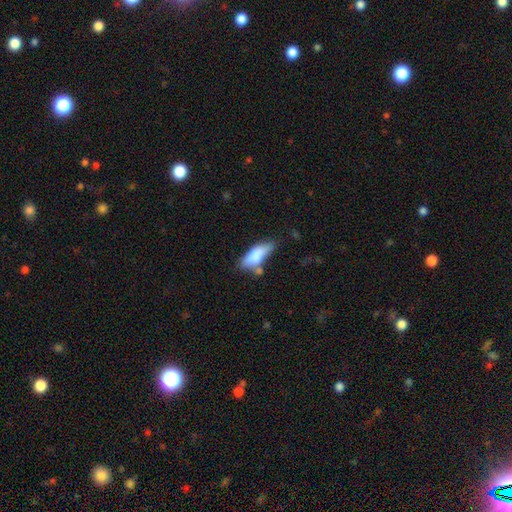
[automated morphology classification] The model was most divided on "merging": none: 50%, minor disturbance: 27%, merger: 14%, major disturbance: 9%. More confident: smooth or featured — smooth (77%); how rounded — in between (67%).